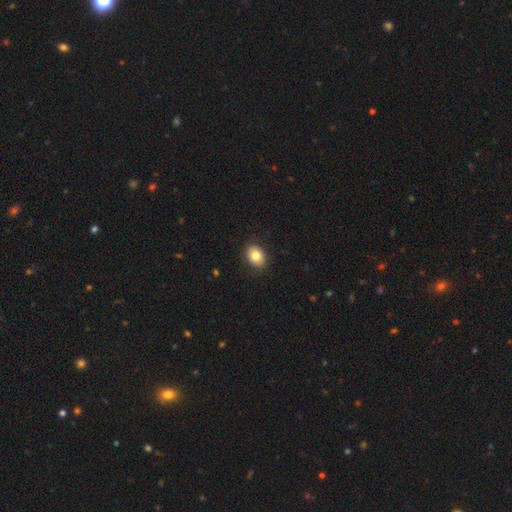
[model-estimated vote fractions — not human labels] Overall: smooth (82%). How rounded: in between (65%; round 34%). Merging: none (88%).